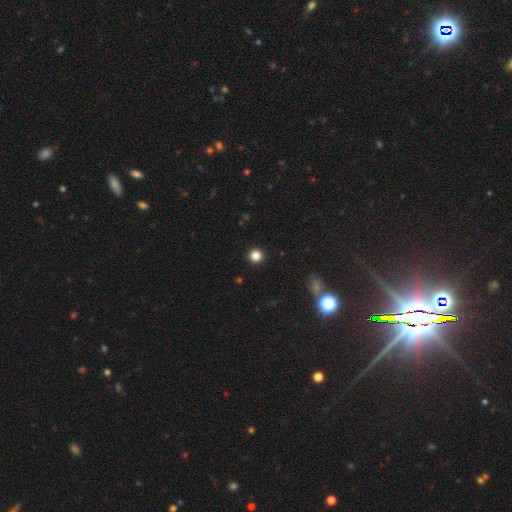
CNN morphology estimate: Q: Smooth or featured?
A: smooth (83%); runner-up: star or artifact (13%)
Q: How rounded?
A: round (96%); runner-up: in between (4%)
Q: Merging?
A: none (93%); runner-up: minor disturbance (4%)